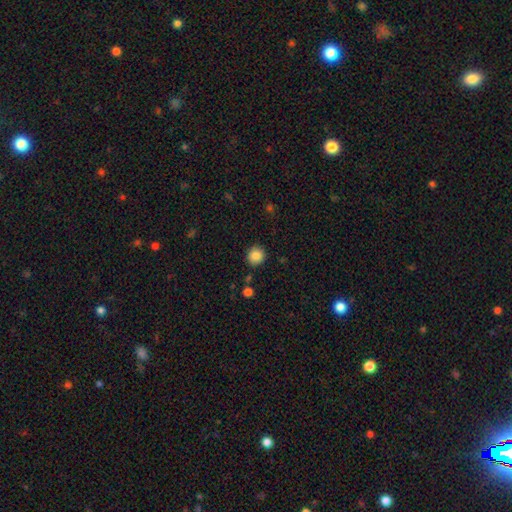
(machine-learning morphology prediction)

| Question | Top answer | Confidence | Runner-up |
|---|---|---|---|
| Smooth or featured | smooth | 86% | star or artifact (9%) |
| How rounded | round | 89% | in between (10%) |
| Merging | none | 89% | minor disturbance (7%) |